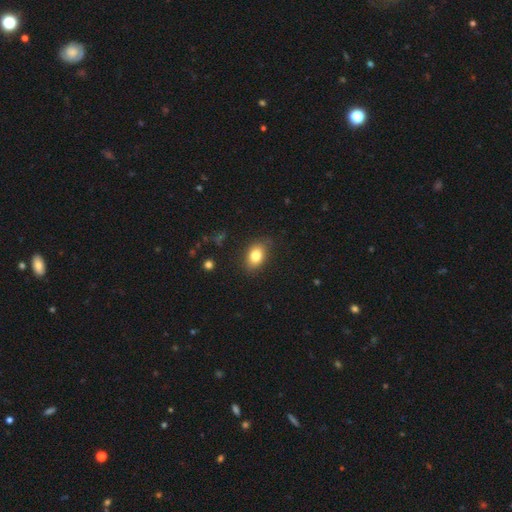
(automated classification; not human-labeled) A smooth galaxy with no disk features (81%) that is in between round and cigar-shaped (83%). Merging: none (83%).